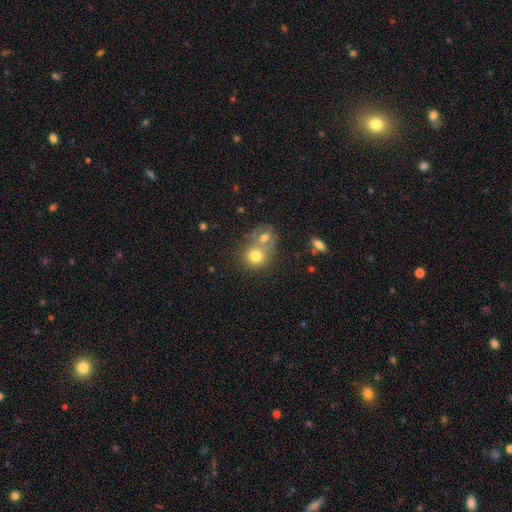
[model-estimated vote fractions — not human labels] Smooth or featured: smooth — 74% (featured or disk — 15%)
How rounded: round — 77% (in between — 22%)
Merging: merger — 54% (none — 34%)